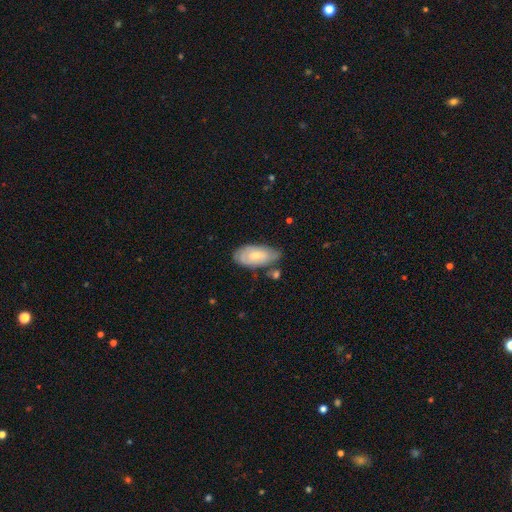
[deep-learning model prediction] Overall: smooth (56%; featured or disk 38%). How rounded: in between (92%). Merging: none (57%; minor disturbance 29%).